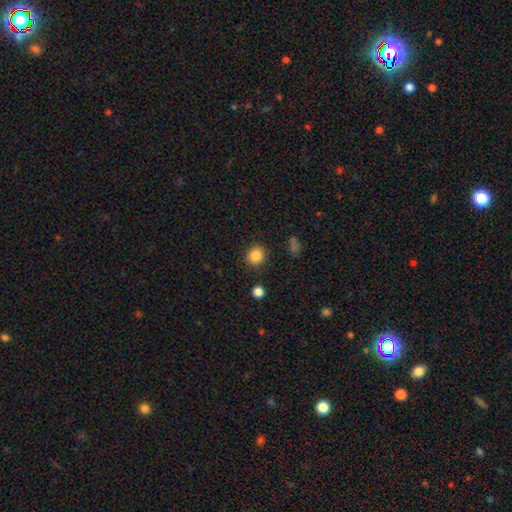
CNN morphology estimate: smooth-or-featured: smooth: 85% | star or artifact: 11% | featured or disk: 4%
  how-rounded: round: 84% | in between: 16% | cigar-shaped: 1%
  merging: none: 88% | minor disturbance: 7% | major disturbance: 3% | merger: 2%